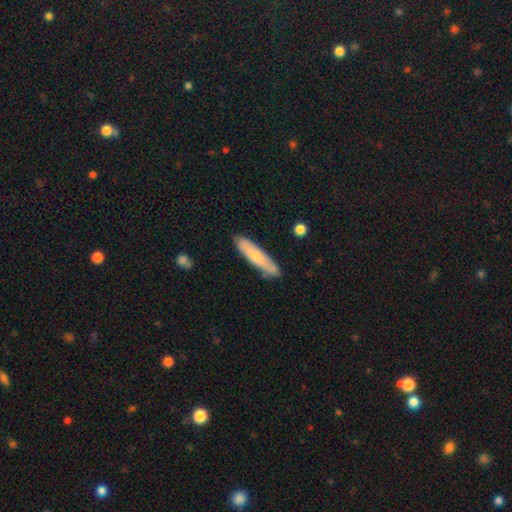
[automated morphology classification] Smooth or featured? smooth (66%)
How rounded? cigar-shaped (81%)
Merging? none (80%)